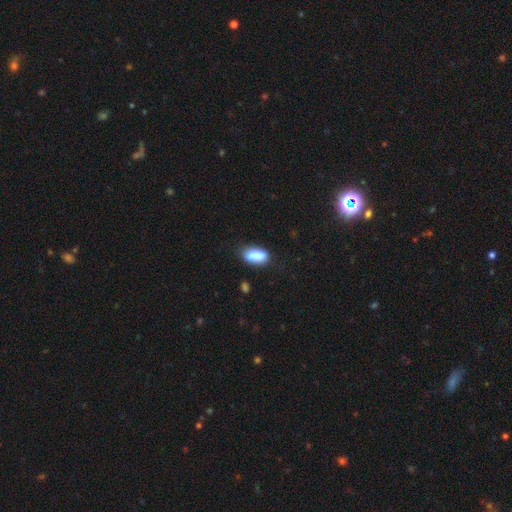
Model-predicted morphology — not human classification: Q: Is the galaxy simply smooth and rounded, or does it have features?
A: smooth — 83%.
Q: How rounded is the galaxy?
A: in between — 77%.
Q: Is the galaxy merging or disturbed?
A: none — 68%.